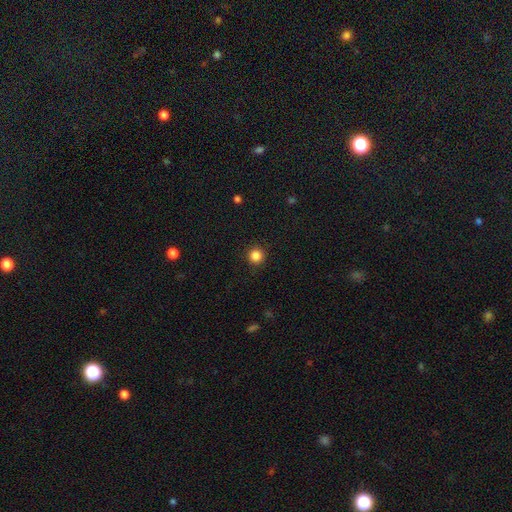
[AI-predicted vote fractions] Smooth or featured?
  - smooth: 85% *
  - star or artifact: 11%
  - featured or disk: 4%
How rounded?
  - round: 95% *
  - in between: 4%
  - cigar-shaped: 1%
Merging?
  - none: 91% *
  - minor disturbance: 6%
  - major disturbance: 2%
  - merger: 1%